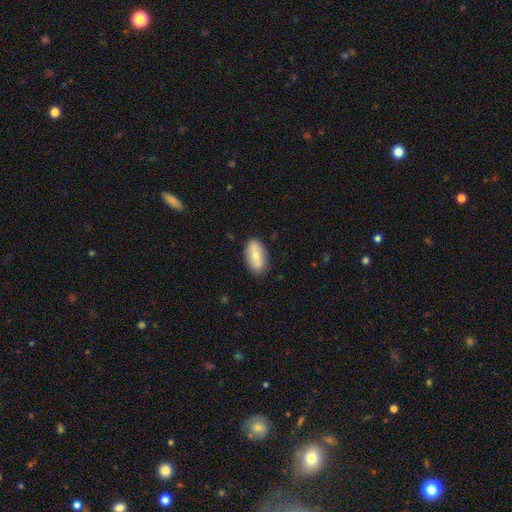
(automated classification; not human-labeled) Q: Smooth or featured?
A: smooth (68%); runner-up: featured or disk (26%)
Q: How rounded?
A: in between (92%); runner-up: round (4%)
Q: Merging?
A: none (85%); runner-up: minor disturbance (11%)